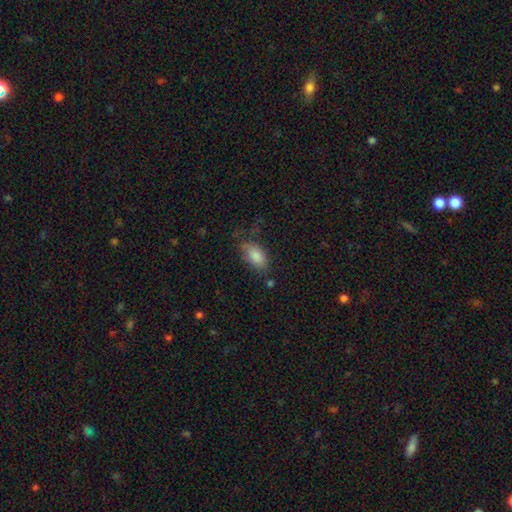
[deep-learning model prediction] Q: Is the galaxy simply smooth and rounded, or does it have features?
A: smooth — 82%.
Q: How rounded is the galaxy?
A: in between — 91%.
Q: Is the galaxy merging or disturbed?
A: none — 56%.